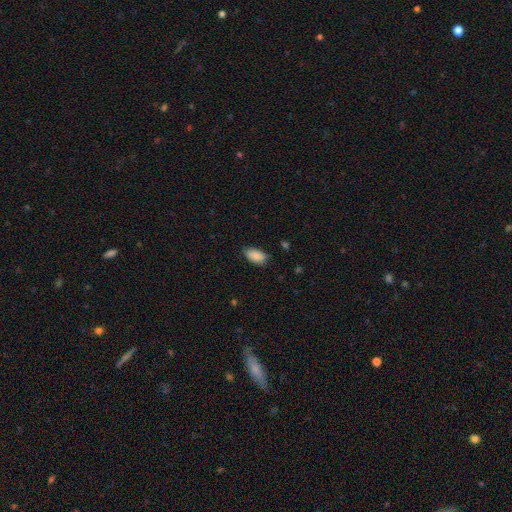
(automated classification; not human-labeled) A smooth galaxy with no disk features (88%) that is in between round and cigar-shaped (93%).

Vote fractions:
- Smooth or featured? smooth: 88% / star or artifact: 7% / featured or disk: 5%
- How rounded? in between: 93% / round: 4% / cigar-shaped: 3%
- Merging? none: 75% / minor disturbance: 20% / major disturbance: 3% / merger: 1%